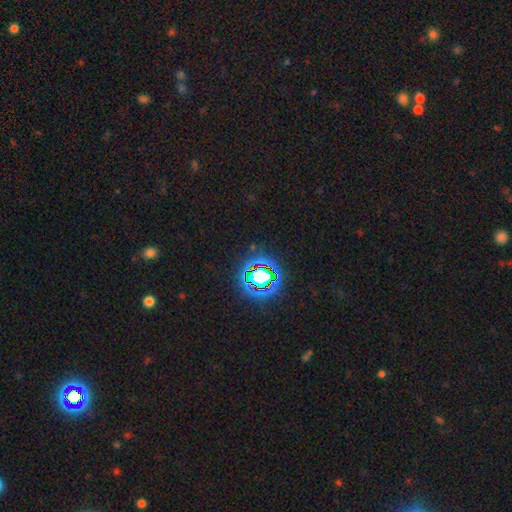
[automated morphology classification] Smooth or featured?
  - star or artifact: 78% *
  - smooth: 13%
  - featured or disk: 8%